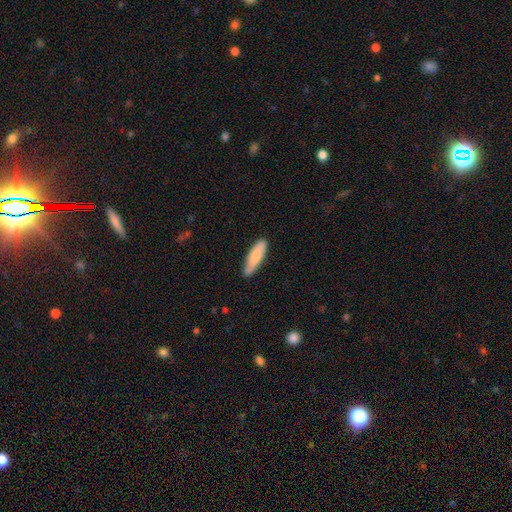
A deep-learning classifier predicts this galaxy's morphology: Overall: smooth (75%). How rounded: cigar-shaped (54%; in between 44%). Merging: none (78%).